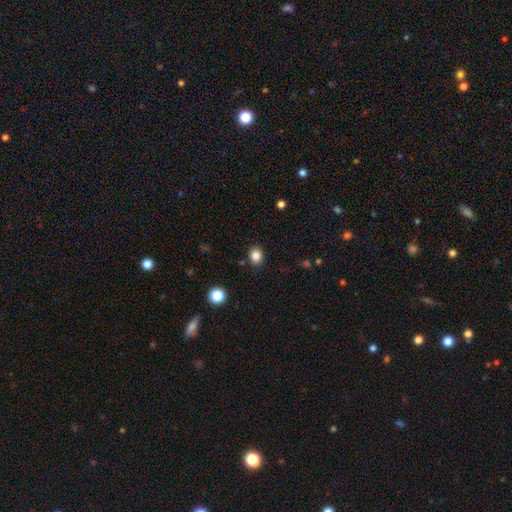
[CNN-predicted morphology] smooth-or-featured: smooth: 84% | star or artifact: 11% | featured or disk: 4%
  how-rounded: round: 60% | in between: 39% | cigar-shaped: 1%
  merging: none: 88% | minor disturbance: 8% | major disturbance: 2% | merger: 2%